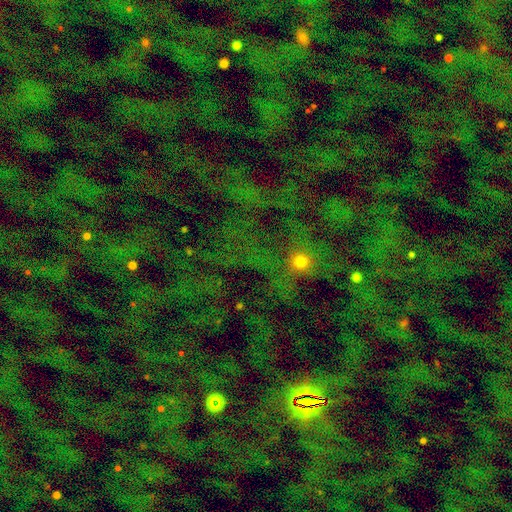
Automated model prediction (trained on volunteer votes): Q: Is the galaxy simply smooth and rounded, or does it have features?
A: star or artifact — 71%.